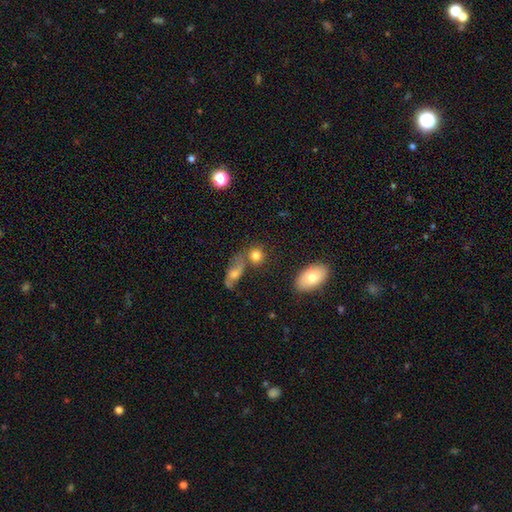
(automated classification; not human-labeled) This appears to be a smooth galaxy with no disk features (81%) that is round (75%). Merging: none (59%).